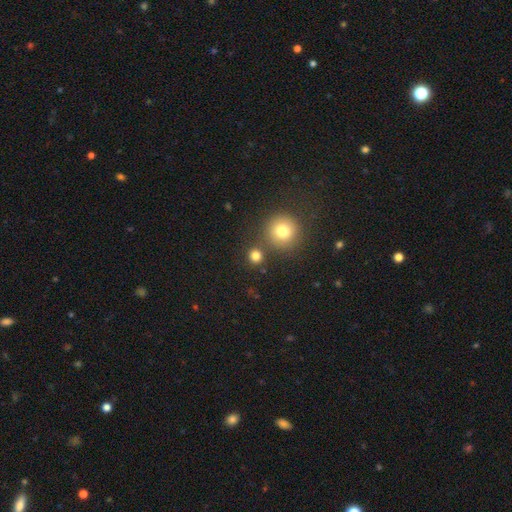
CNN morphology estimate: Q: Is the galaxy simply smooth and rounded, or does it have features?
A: smooth — 79%.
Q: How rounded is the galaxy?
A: round — 90%.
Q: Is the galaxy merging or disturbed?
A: none — 77%.